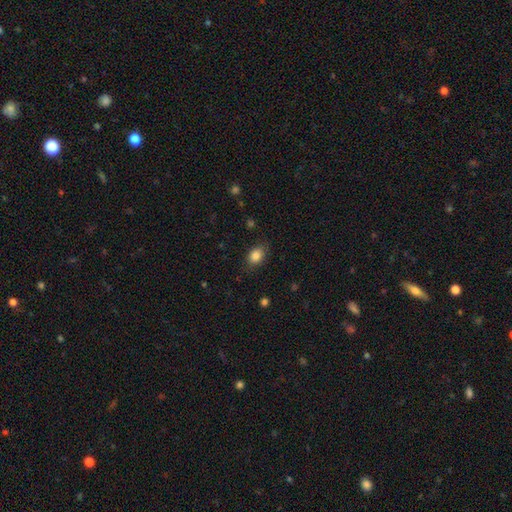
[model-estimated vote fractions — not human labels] smooth-or-featured: smooth: 85% | star or artifact: 9% | featured or disk: 6%
  how-rounded: in between: 72% | round: 27% | cigar-shaped: 1%
  merging: none: 81% | minor disturbance: 14% | major disturbance: 4% | merger: 1%